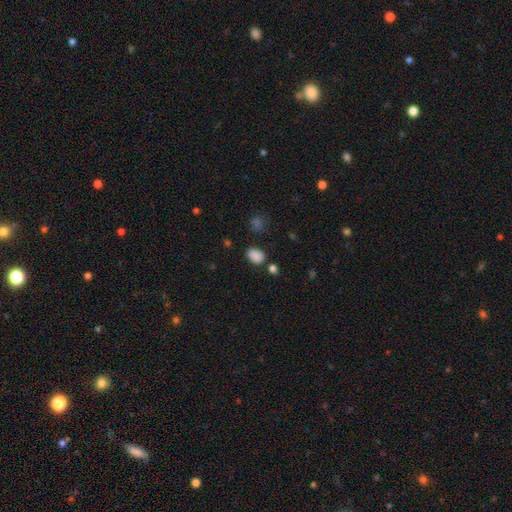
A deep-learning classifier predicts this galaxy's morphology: Smooth or featured: smooth — 84% (star or artifact — 12%)
How rounded: in between — 81% (round — 18%)
Merging: none — 75% (minor disturbance — 15%)